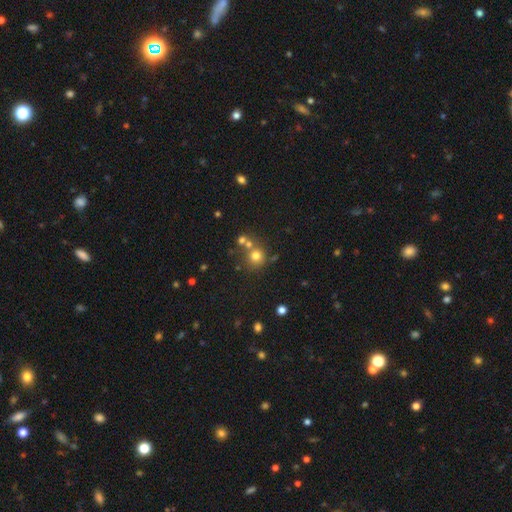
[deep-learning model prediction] Smooth or featured: smooth — 70% (star or artifact — 18%)
How rounded: round — 88% (in between — 11%)
Merging: none — 60% (merger — 28%)